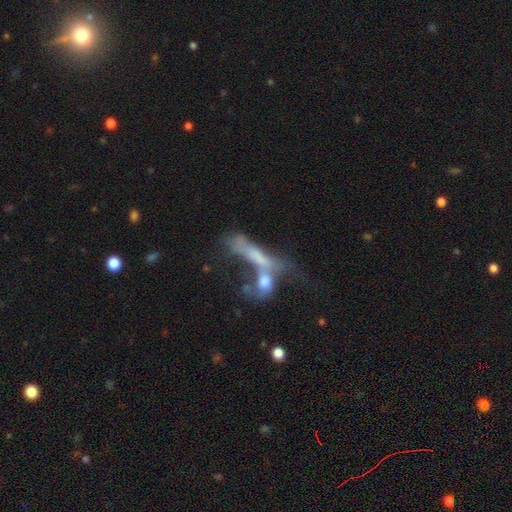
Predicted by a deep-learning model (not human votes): Morphology: type=featured or disk (46%); merging=merger (60%).